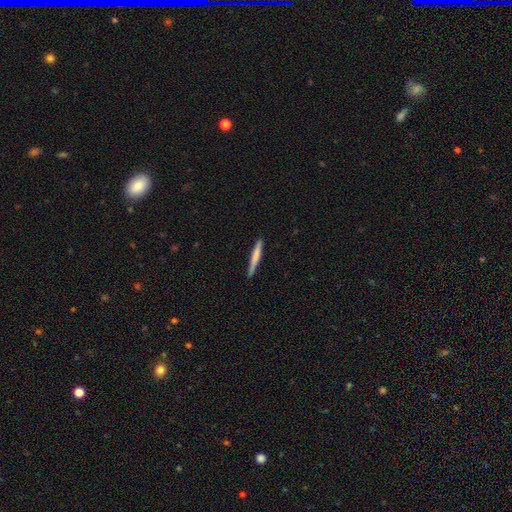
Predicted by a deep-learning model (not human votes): This appears to be a smooth galaxy with no disk features (70%) that is cigar-shaped (96%). Merging: none (88%).